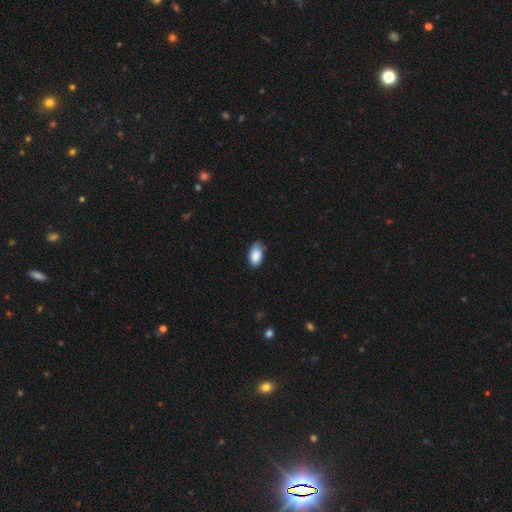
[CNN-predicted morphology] This is clearly a smooth galaxy (89%). How rounded: clearly in between (94%). Merging: likely none (71%).